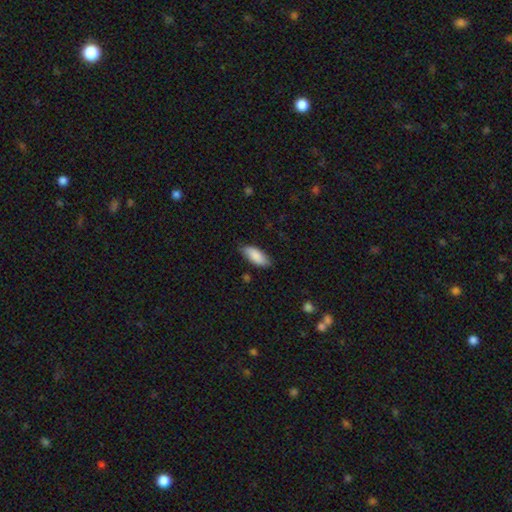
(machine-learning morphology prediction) Smooth or featured?
  - smooth: 86% *
  - featured or disk: 7%
  - star or artifact: 6%
How rounded?
  - in between: 85% *
  - cigar-shaped: 13%
  - round: 2%
Merging?
  - none: 77% *
  - minor disturbance: 19%
  - major disturbance: 3%
  - merger: 1%